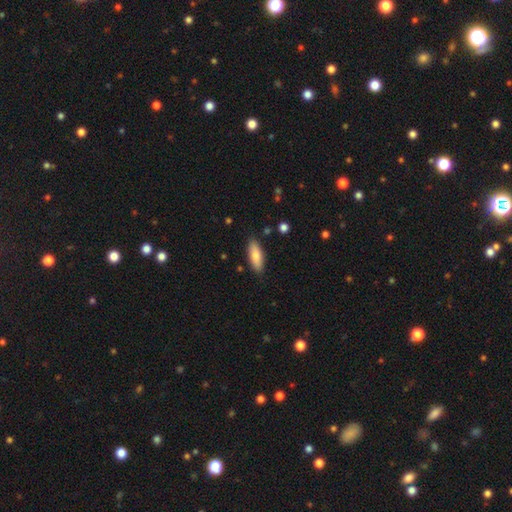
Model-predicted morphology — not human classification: smooth 79%, featured or disk 15%, star or artifact 6%. Down the decision tree: how rounded — in between (69%); merging — none (86%).